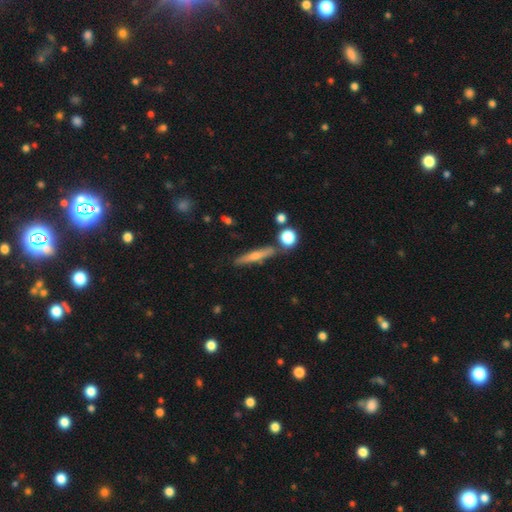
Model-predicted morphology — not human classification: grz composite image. It shows a featured or disk galaxy (50%) viewed edge-on (94%). Merging: none (82%).